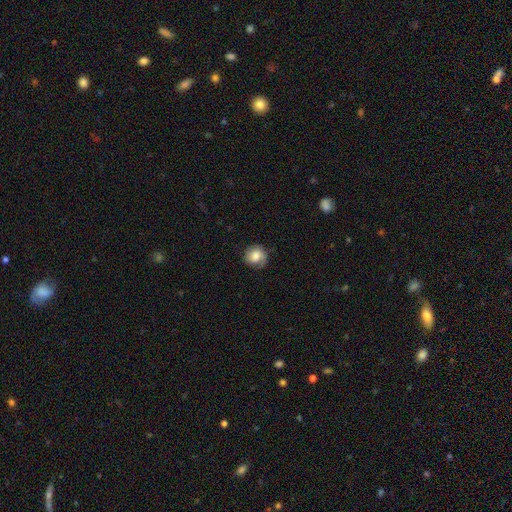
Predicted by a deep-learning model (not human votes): Overall: smooth (65%; featured or disk 26%). How rounded: round (84%). Merging: none (72%).